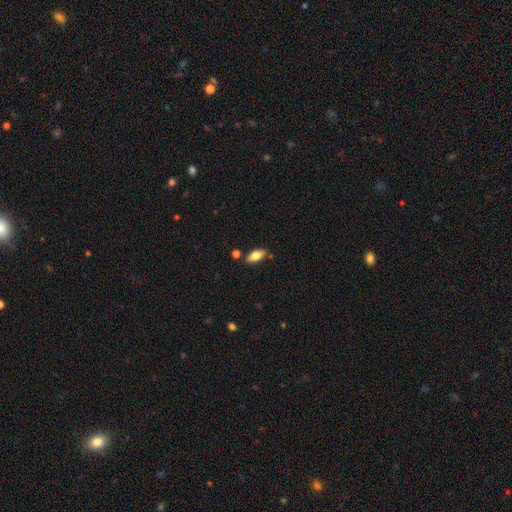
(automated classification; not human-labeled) Smooth or featured? smooth (78%)
How rounded? in between (87%)
Merging? none (83%)